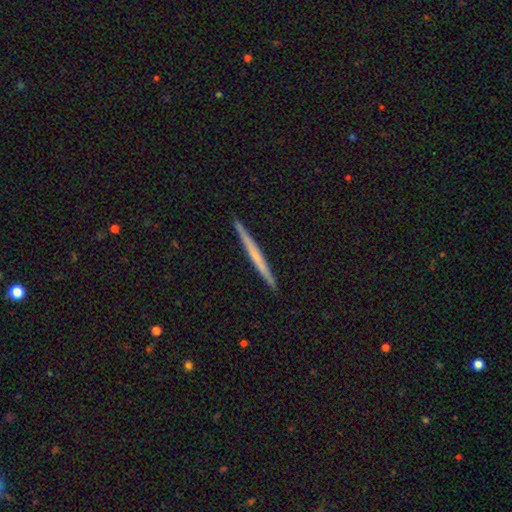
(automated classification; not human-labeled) Smooth or featured?
  - featured or disk: 52% *
  - smooth: 42%
  - star or artifact: 5%
Edge-on disk?
  - yes: 98% *
  - no: 2%
Edge-on bulge?
  - none: 83% *
  - rounded: 13%
  - boxy: 4%
Merging?
  - none: 93% *
  - minor disturbance: 5%
  - major disturbance: 1%
  - merger: 1%